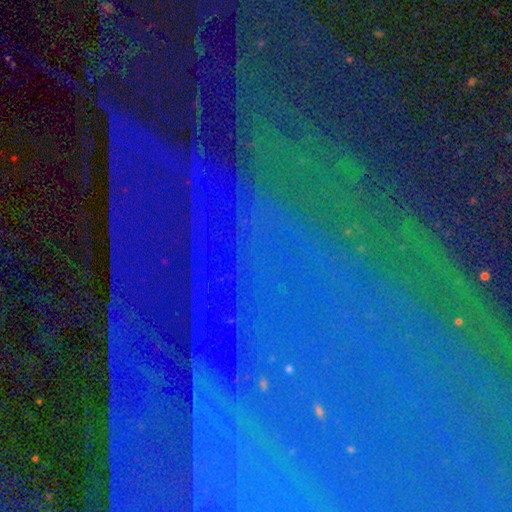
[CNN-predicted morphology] smooth_or_featured: star or artifact (p=0.87) [alt: featured or disk p=0.07]